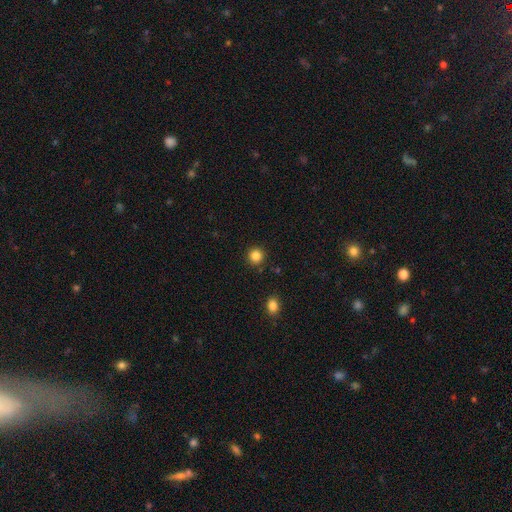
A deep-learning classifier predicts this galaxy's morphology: smooth_or_featured: smooth (p=0.84) [alt: star or artifact p=0.12]
how_rounded: round (p=0.93) [alt: in between p=0.06]
merging: none (p=0.90) [alt: minor disturbance p=0.06]